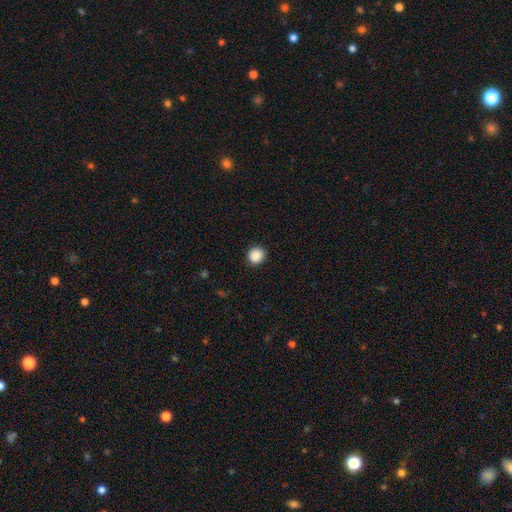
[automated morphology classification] Smooth or featured? Predicted: smooth (p=0.89). How rounded? Predicted: round (p=0.90). Merging? Predicted: none (p=0.91).